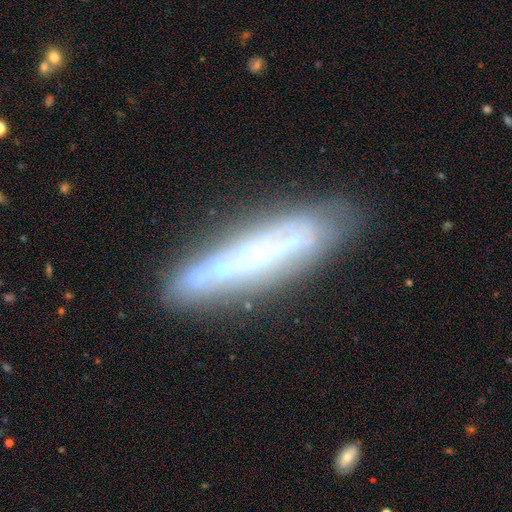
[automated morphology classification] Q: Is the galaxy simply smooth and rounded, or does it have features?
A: featured or disk — 65%.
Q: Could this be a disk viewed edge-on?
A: yes — 54%.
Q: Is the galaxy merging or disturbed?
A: none — 66%.